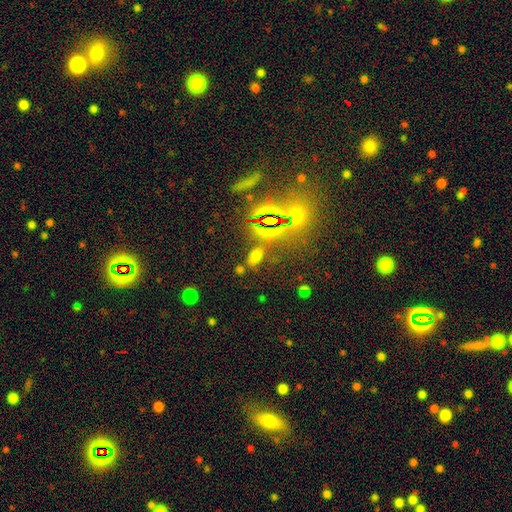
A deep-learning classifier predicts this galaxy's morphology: A smooth galaxy with no disk features (58%) that is in between round and cigar-shaped (82%). Merging: none (76%).